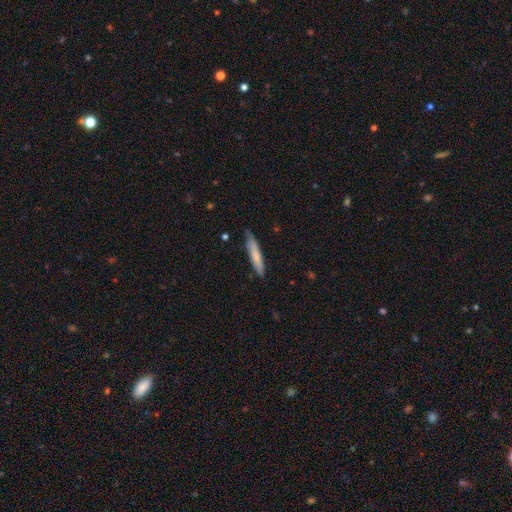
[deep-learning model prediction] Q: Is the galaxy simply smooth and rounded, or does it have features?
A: smooth — 71%.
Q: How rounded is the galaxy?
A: cigar-shaped — 91%.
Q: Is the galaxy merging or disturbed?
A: none — 79%.